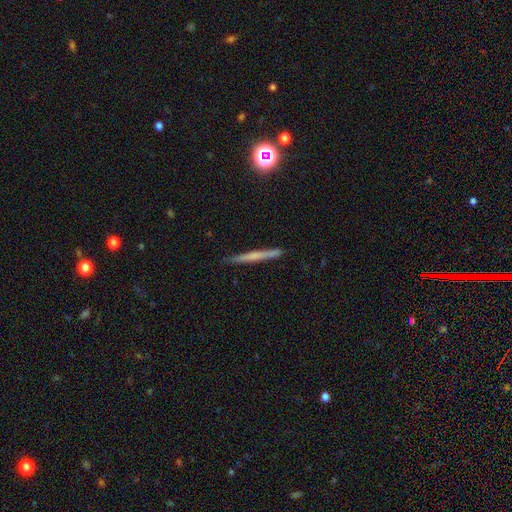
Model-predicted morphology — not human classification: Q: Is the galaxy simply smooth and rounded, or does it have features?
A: featured or disk — 47%.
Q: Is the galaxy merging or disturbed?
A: none — 89%.